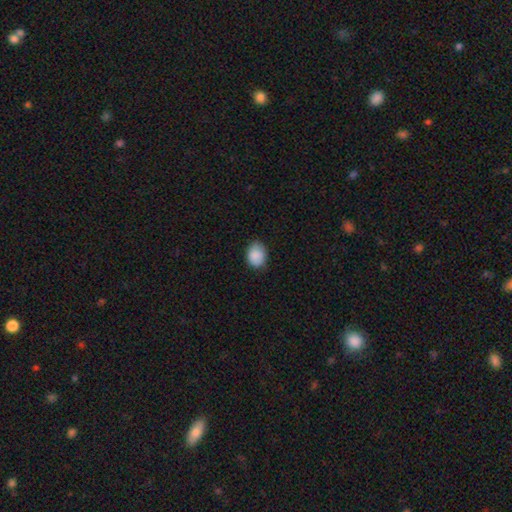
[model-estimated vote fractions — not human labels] Smooth or featured: smooth — 89% (star or artifact — 7%)
How rounded: in between — 56% (round — 43%)
Merging: none — 78% (minor disturbance — 19%)